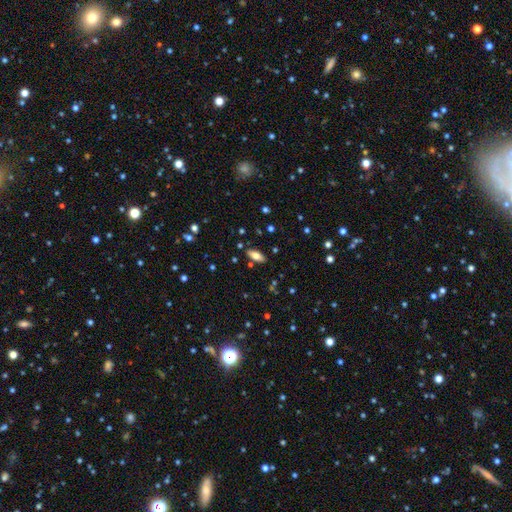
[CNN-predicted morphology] The model was most divided on "smooth or featured": smooth: 76%, featured or disk: 16%, star or artifact: 8%. More confident: merging — none (85%); how rounded — in between (82%).